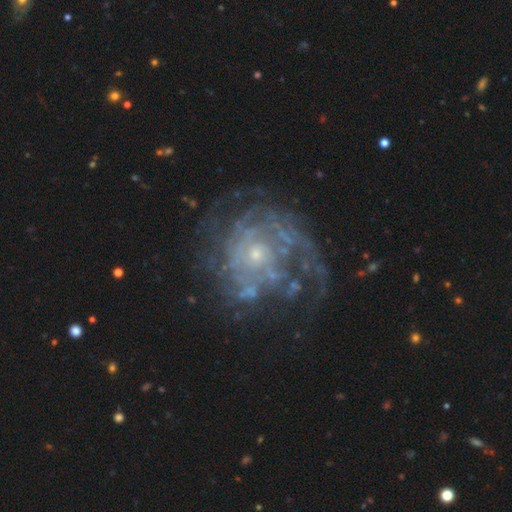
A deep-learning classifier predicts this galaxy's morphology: Overall: featured or disk (83%). Edge-on disk: no (98%). Bar: no (81%). Spiral arms: yes (86%). Spiral arm count: can't tell (43%; 2 15%). Spiral winding: tight (56%; medium 30%). Bulge size: small (74%). Merging: none (59%; major disturbance 20%).